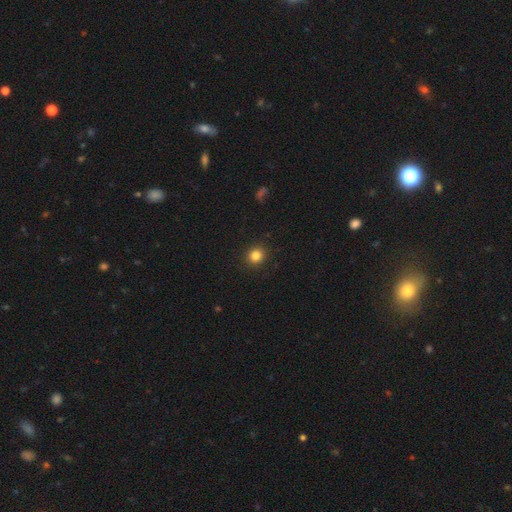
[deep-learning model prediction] Smooth or featured?
  - smooth: 84% *
  - star or artifact: 12%
  - featured or disk: 5%
How rounded?
  - round: 84% *
  - in between: 15%
  - cigar-shaped: 1%
Merging?
  - none: 91% *
  - minor disturbance: 6%
  - major disturbance: 2%
  - merger: 1%